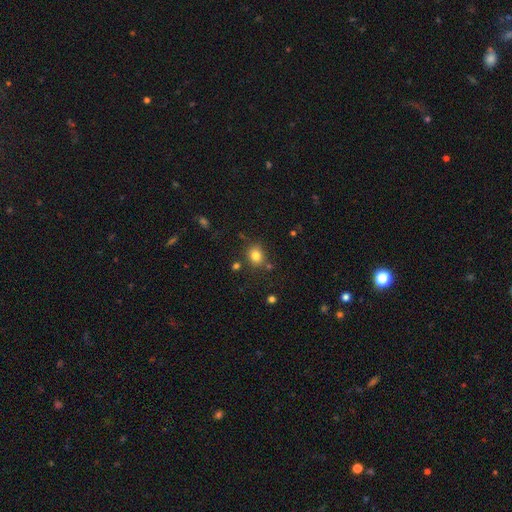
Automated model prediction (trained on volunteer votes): Overall: smooth (81%). How rounded: round (60%; in between 39%). Merging: none (77%).